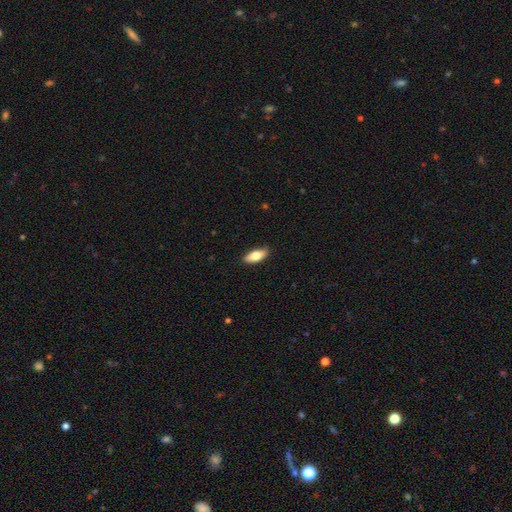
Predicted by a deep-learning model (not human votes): Overall: smooth (72%). How rounded: in between (76%). Merging: none (88%).